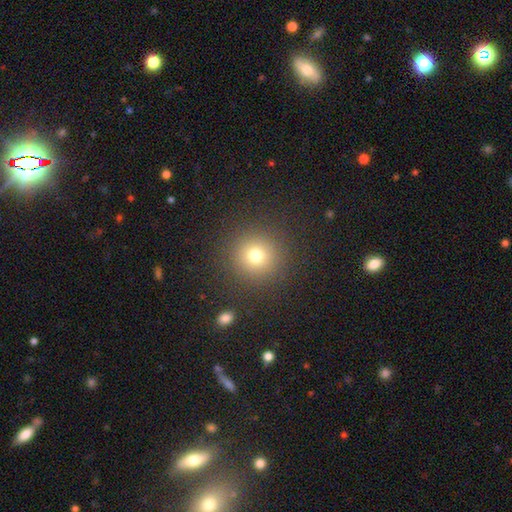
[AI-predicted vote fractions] smooth 73%, star or artifact 17%, featured or disk 9%. Down the decision tree: how rounded — round (95%); merging — none (89%).